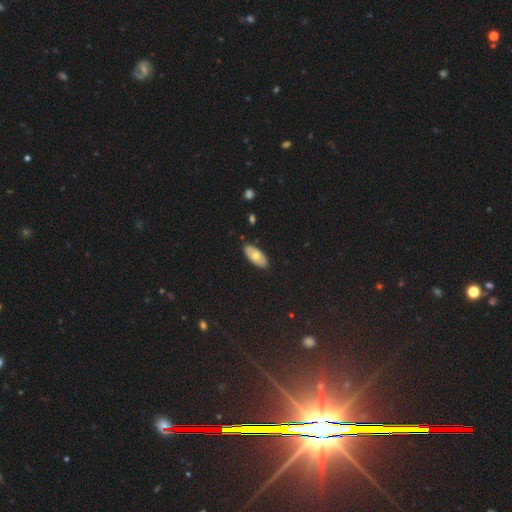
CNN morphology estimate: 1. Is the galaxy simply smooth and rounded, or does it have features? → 62% smooth, 32% featured or disk, 6% star or artifact.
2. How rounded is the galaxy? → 91% in between, 7% cigar-shaped, 3% round.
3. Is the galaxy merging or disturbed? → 87% none, 10% minor disturbance, 2% major disturbance, 1% merger.